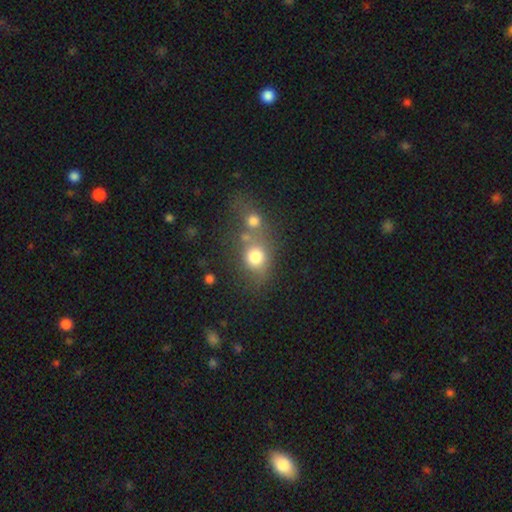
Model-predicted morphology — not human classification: Overall: smooth (75%). How rounded: round (63%; in between 35%). Merging: merger (42%; none 38%).